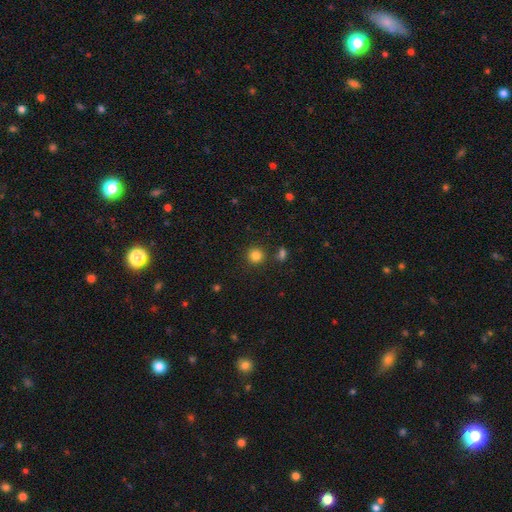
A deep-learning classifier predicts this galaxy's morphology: This appears to be a smooth galaxy with no disk features (83%) that is round (93%). Merging: none (86%).